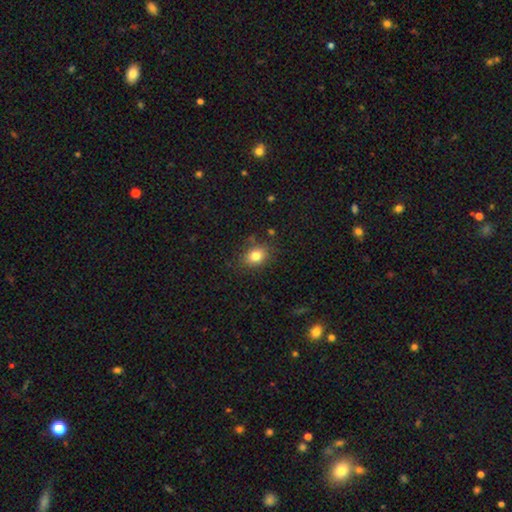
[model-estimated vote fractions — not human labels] smooth 81%, star or artifact 11%, featured or disk 9%. Down the decision tree: how rounded — in between (61%); merging — none (81%).